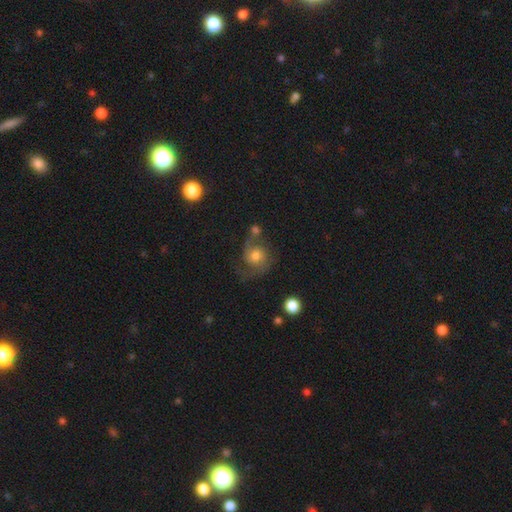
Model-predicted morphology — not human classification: Smooth or featured?
  - featured or disk: 65% *
  - smooth: 26%
  - star or artifact: 10%
Edge-on disk?
  - no: 98% *
  - yes: 2%
Bar?
  - no: 72% *
  - weak: 24%
  - strong: 4%
Spiral arms?
  - yes: 91% *
  - no: 9%
Spiral winding?
  - medium: 47% *
  - loose: 38%
  - tight: 16%
Spiral arm count?
  - 2: 83% *
  - 1: 6%
  - can't tell: 5%
  - 3: 2%
  - 4: 1%
  - more than 4: 1%
Bulge size?
  - moderate: 61% *
  - small: 18%
  - large: 15%
  - none: 3%
  - dominant: 2%
Merging?
  - none: 49% *
  - minor disturbance: 20%
  - major disturbance: 17%
  - merger: 13%